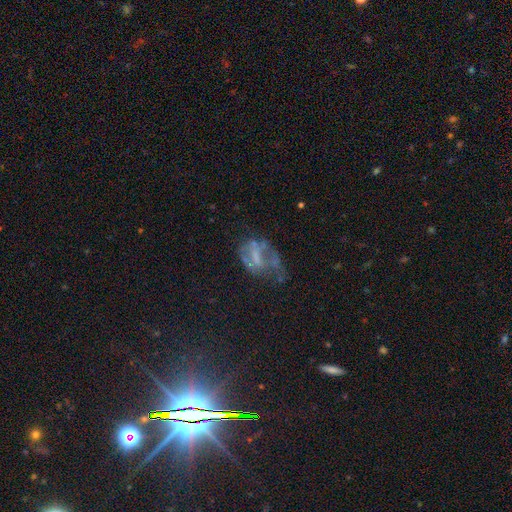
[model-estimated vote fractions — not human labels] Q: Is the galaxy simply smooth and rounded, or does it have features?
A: featured or disk — 56%.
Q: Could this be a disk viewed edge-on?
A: no — 97%.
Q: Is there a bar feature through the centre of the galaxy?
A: no — 57%.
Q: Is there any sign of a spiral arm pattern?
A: no — 67%.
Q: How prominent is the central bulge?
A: none — 54%.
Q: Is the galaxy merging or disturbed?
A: major disturbance — 38%.